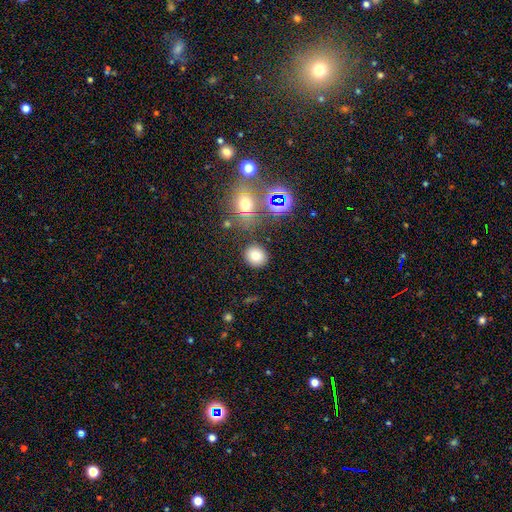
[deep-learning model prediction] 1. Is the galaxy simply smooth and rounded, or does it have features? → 74% smooth, 17% star or artifact, 9% featured or disk.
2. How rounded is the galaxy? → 81% round, 18% in between, 1% cigar-shaped.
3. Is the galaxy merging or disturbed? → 85% none, 8% minor disturbance, 4% merger, 3% major disturbance.